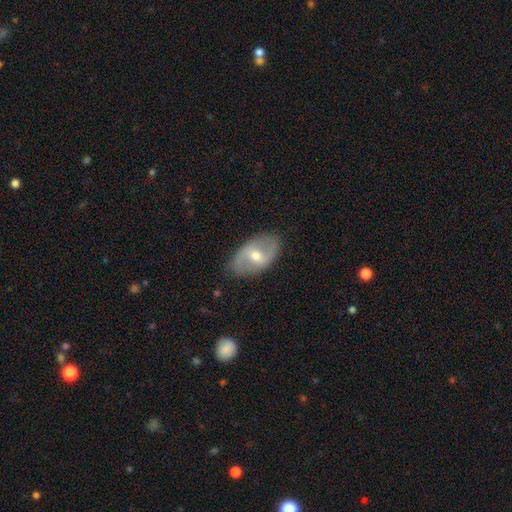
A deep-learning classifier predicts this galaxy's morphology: smooth_or_featured: featured or disk (p=0.63) [alt: smooth p=0.31]
disk_edge_on: no (p=0.93) [alt: yes p=0.07]
bar: weak (p=0.51) [alt: strong p=0.25]
has_spiral_arms: yes (p=0.69) [alt: no p=0.31]
bulge_size: moderate (p=0.71) [alt: small p=0.21]
merging: none (p=0.81) [alt: minor disturbance p=0.14]